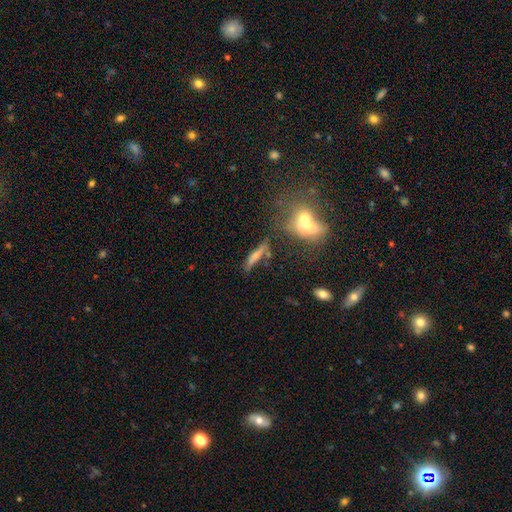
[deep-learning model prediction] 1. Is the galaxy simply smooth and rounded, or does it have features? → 58% smooth, 31% featured or disk, 11% star or artifact.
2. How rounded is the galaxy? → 83% cigar-shaped, 13% in between, 4% round.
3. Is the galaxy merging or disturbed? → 66% none, 16% minor disturbance, 12% merger, 6% major disturbance.